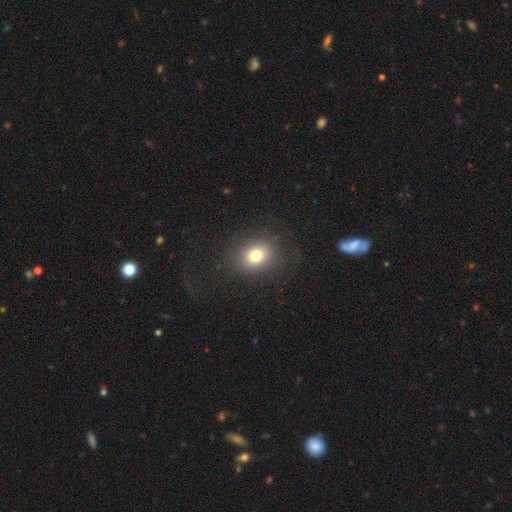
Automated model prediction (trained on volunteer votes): smooth 77%, star or artifact 13%, featured or disk 10%. Down the decision tree: how rounded — round (62%); merging — none (84%).